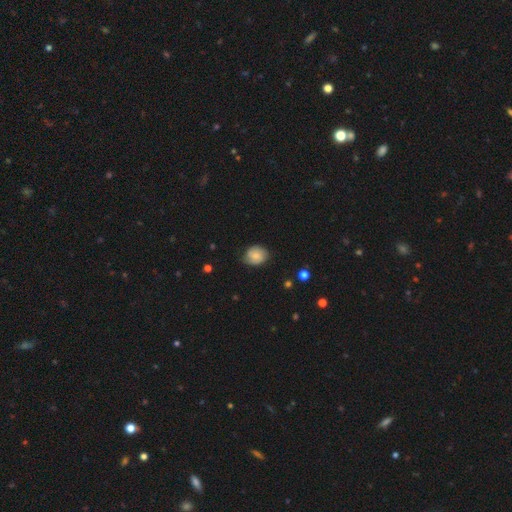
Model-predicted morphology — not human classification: Smooth or featured: smooth — 65% (featured or disk — 26%)
How rounded: round — 61% (in between — 38%)
Merging: none — 69% (minor disturbance — 25%)